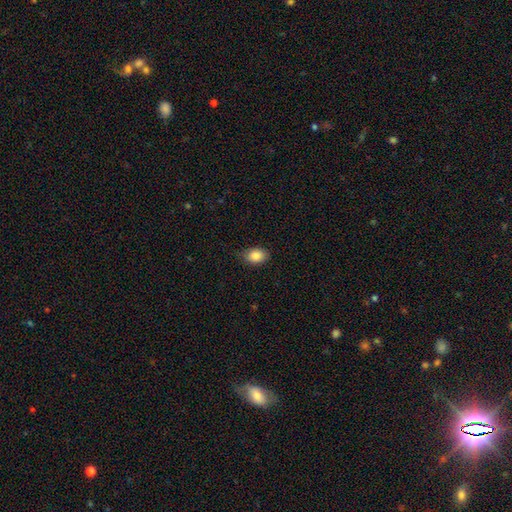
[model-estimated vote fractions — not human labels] A smooth galaxy with no disk features (86%) that is in between round and cigar-shaped (79%).

Vote fractions:
- Smooth or featured? smooth: 86% / star or artifact: 8% / featured or disk: 6%
- How rounded? in between: 79% / round: 20% / cigar-shaped: 1%
- Merging? none: 80% / minor disturbance: 16% / major disturbance: 3% / merger: 1%